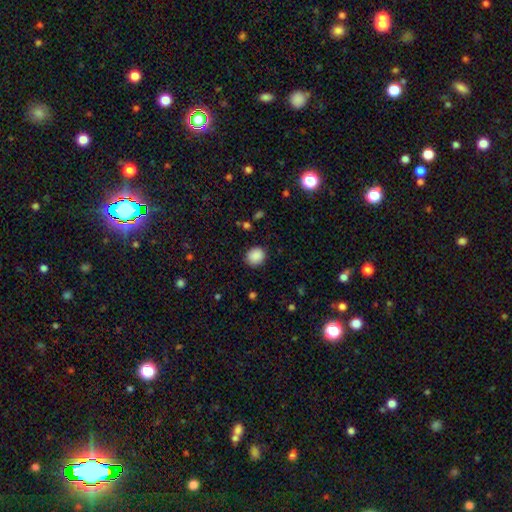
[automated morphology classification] smooth-or-featured: smooth: 89% | star or artifact: 9% | featured or disk: 3%
  how-rounded: round: 75% | in between: 24% | cigar-shaped: 1%
  merging: none: 88% | minor disturbance: 9% | major disturbance: 3% | merger: 1%